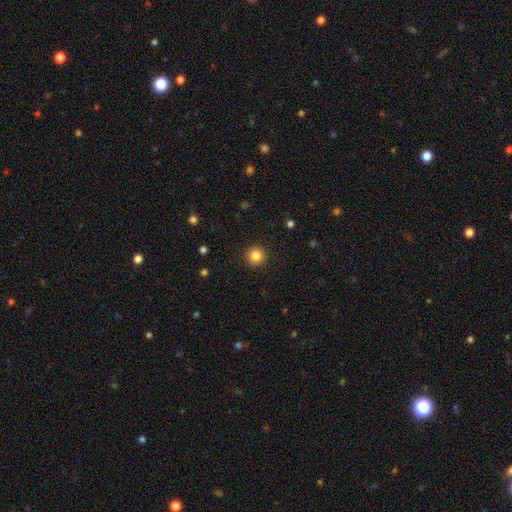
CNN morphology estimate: Smooth or featured?
  - smooth: 84% *
  - star or artifact: 11%
  - featured or disk: 5%
How rounded?
  - round: 95% *
  - in between: 4%
  - cigar-shaped: 1%
Merging?
  - none: 92% *
  - minor disturbance: 5%
  - major disturbance: 2%
  - merger: 1%